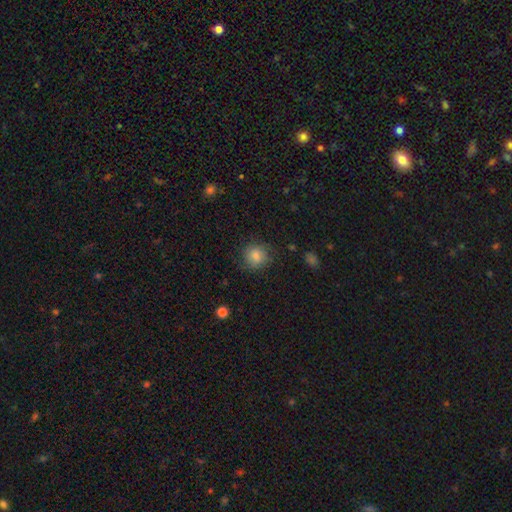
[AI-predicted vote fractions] smooth_or_featured: smooth (p=0.83) [alt: star or artifact p=0.09]
how_rounded: round (p=0.86) [alt: in between p=0.13]
merging: none (p=0.78) [alt: minor disturbance p=0.16]